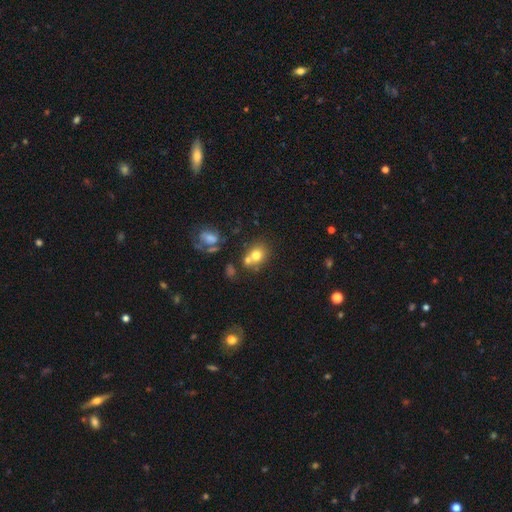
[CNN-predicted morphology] The model was most divided on "merging": none: 47%, merger: 35%, minor disturbance: 12%, major disturbance: 5%. More confident: smooth or featured — smooth (72%); how rounded — round (61%).